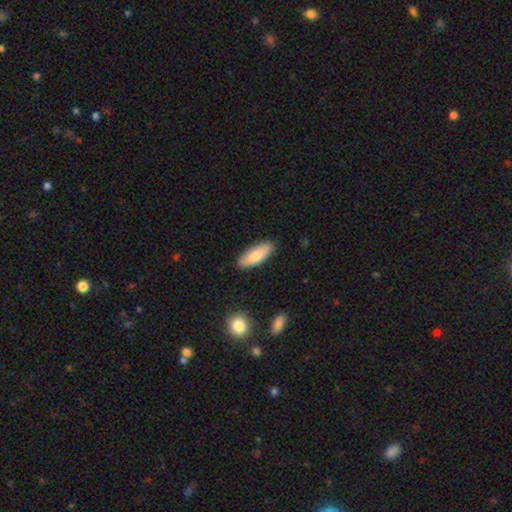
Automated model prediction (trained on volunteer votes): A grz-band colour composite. It shows a smooth galaxy with no disk features (78%) that is in between round and cigar-shaped (71%). Merging: none (86%).